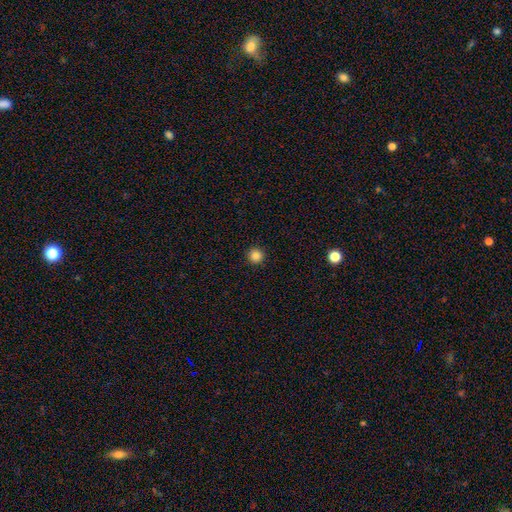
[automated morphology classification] Smooth or featured? smooth (85%)
How rounded? round (96%)
Merging? none (93%)